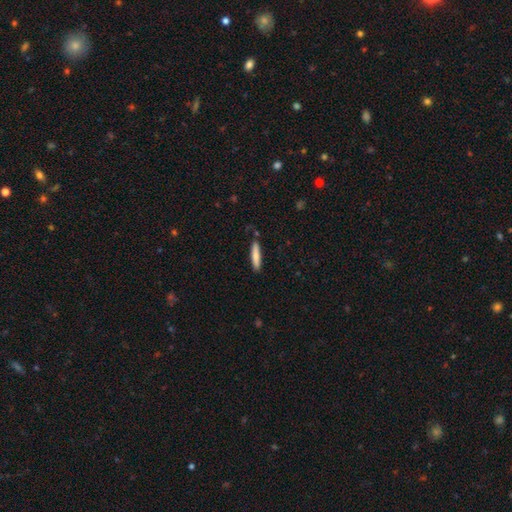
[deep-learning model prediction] Smooth or featured? Predicted: smooth (p=0.77). How rounded? Predicted: cigar-shaped (p=0.88). Merging? Predicted: none (p=0.86).